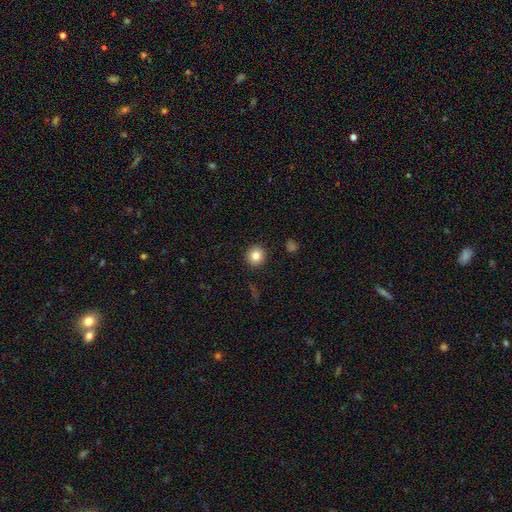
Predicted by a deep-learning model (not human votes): Smooth or featured? smooth (83%)
How rounded? round (90%)
Merging? none (92%)